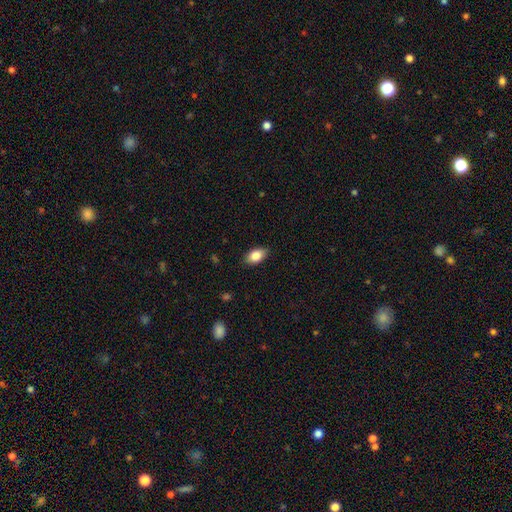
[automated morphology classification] smooth-or-featured: smooth: 83% | featured or disk: 10% | star or artifact: 7%
  how-rounded: in between: 90% | round: 7% | cigar-shaped: 3%
  merging: none: 86% | minor disturbance: 11% | major disturbance: 2% | merger: 1%